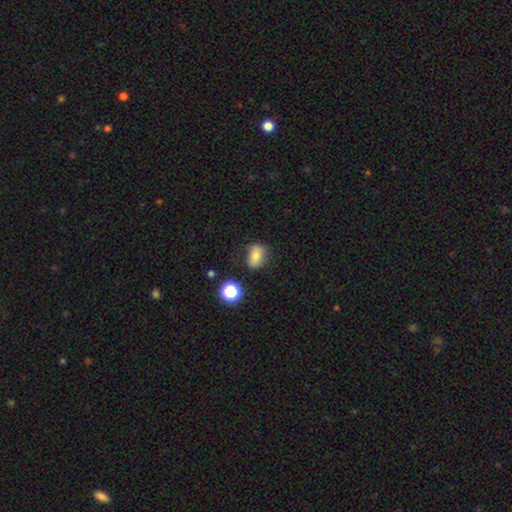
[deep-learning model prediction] Smooth or featured? smooth (73%)
How rounded? in between (66%)
Merging? none (69%)